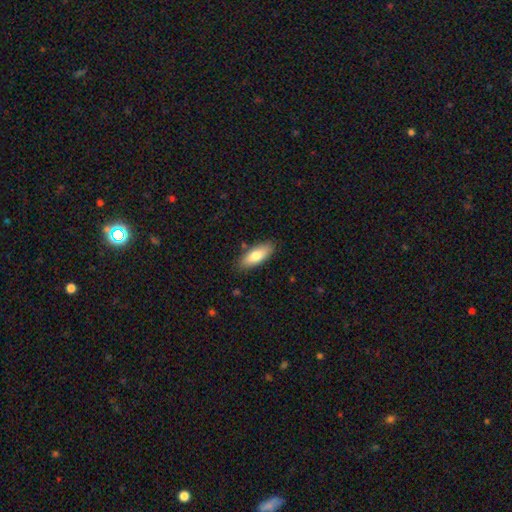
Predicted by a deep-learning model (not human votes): smooth_or_featured: smooth (p=0.76) [alt: featured or disk p=0.18]
how_rounded: in between (p=0.75) [alt: cigar-shaped p=0.23]
merging: none (p=0.85) [alt: minor disturbance p=0.11]